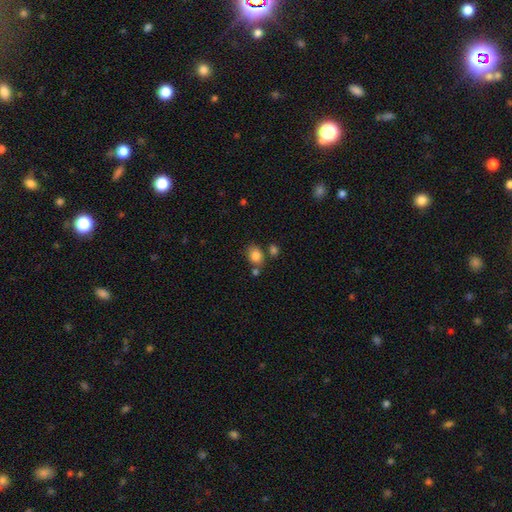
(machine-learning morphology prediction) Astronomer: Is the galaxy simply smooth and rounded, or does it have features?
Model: smooth — 83%.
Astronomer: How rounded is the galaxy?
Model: in between — 51% (runner-up: round, 48%).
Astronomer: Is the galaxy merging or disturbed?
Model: none — 65%.